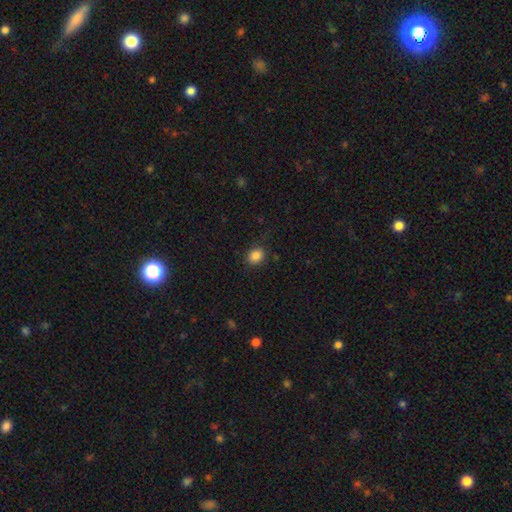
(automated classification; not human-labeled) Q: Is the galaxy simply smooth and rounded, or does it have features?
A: smooth — 86%.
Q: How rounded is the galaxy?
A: round — 55%.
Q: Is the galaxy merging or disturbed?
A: none — 83%.